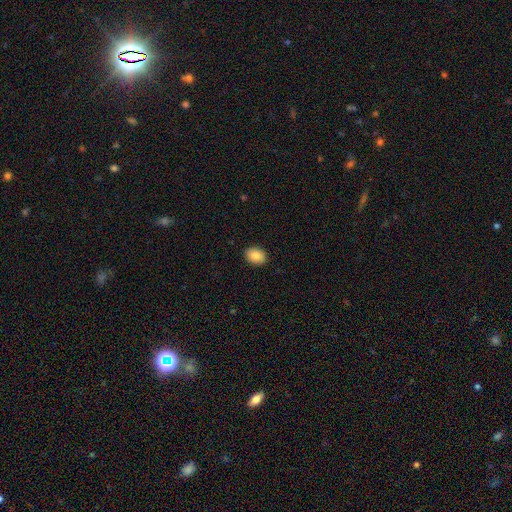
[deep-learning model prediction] This is clearly a smooth galaxy (86%). How rounded: likely in between (68%). Merging: clearly none (91%).